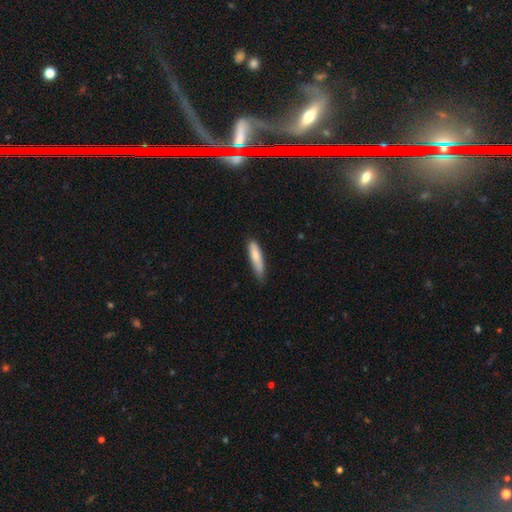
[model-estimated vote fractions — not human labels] smooth_or_featured: smooth (p=0.80) [alt: featured or disk p=0.15]
how_rounded: cigar-shaped (p=0.79) [alt: in between p=0.20]
merging: none (p=0.72) [alt: minor disturbance p=0.23]